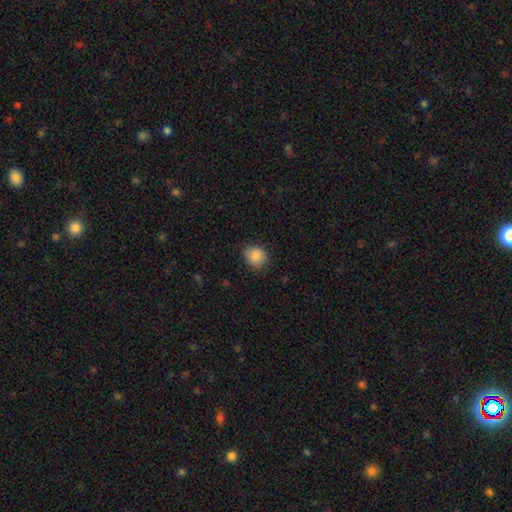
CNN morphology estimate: type=smooth (87%); roundness=round (72%); merging=none (77%).